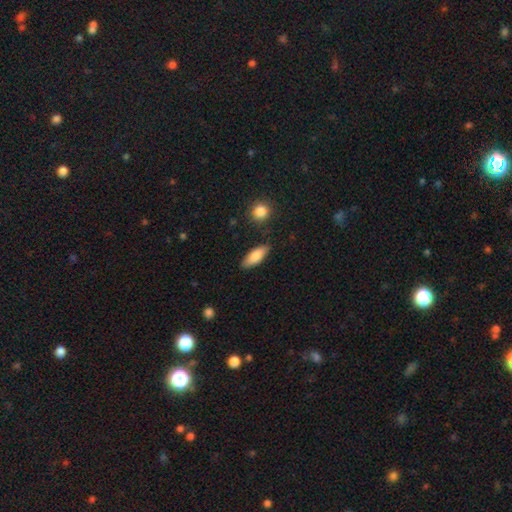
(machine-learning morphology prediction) This is clearly a smooth galaxy (82%). How rounded: likely in between (76%). Merging: clearly none (82%).